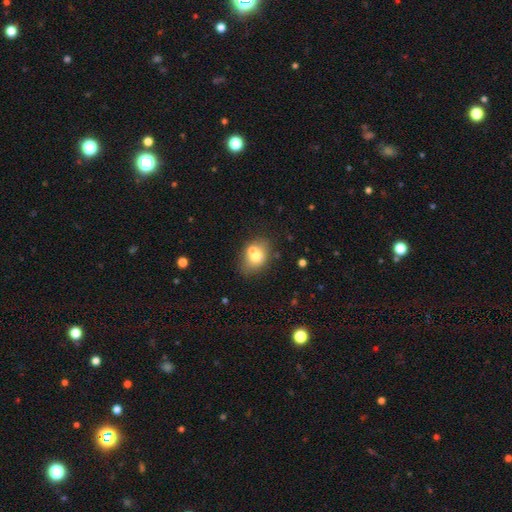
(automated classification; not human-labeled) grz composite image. It shows a smooth galaxy with no disk features (66%) that is in between round and cigar-shaped (60%). Merging: none (46%).